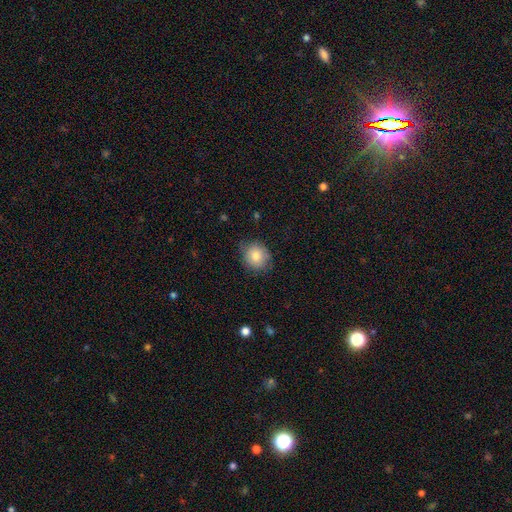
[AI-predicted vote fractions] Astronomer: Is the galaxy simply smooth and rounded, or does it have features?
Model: smooth — 80%.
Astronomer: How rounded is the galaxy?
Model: round — 81%.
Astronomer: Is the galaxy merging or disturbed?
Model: none — 76%.